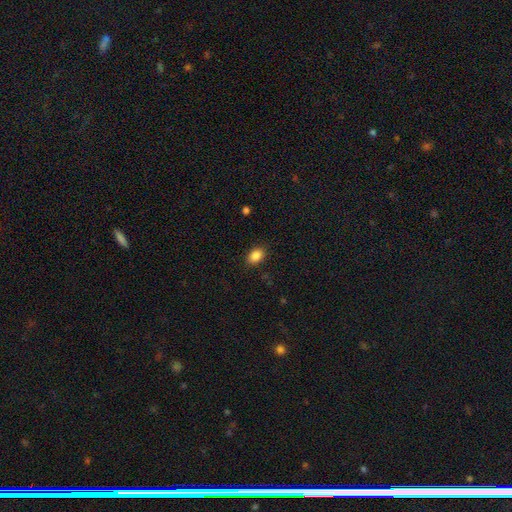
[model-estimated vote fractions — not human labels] Smooth or featured? smooth (87%)
How rounded? in between (78%)
Merging? none (87%)